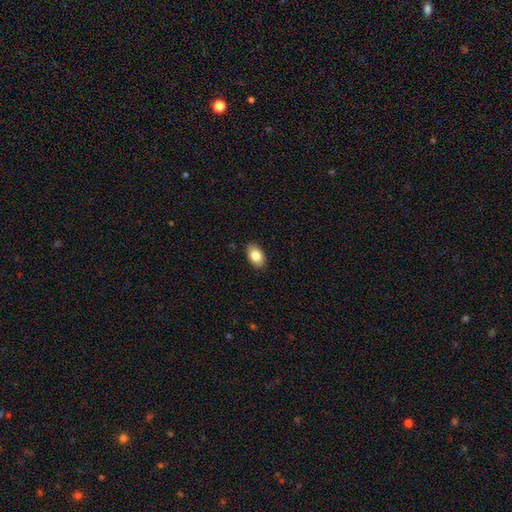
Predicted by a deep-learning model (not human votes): Q: Smooth or featured?
A: smooth (84%); runner-up: featured or disk (9%)
Q: How rounded?
A: in between (91%); runner-up: round (8%)
Q: Merging?
A: none (89%); runner-up: minor disturbance (8%)